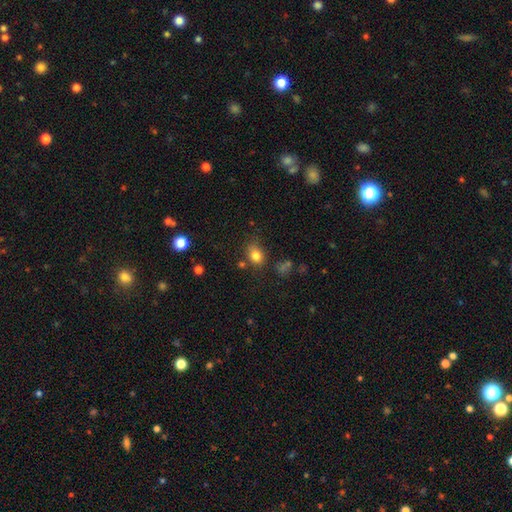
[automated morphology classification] type=smooth (81%); roundness=in between (57%); merging=none (66%).